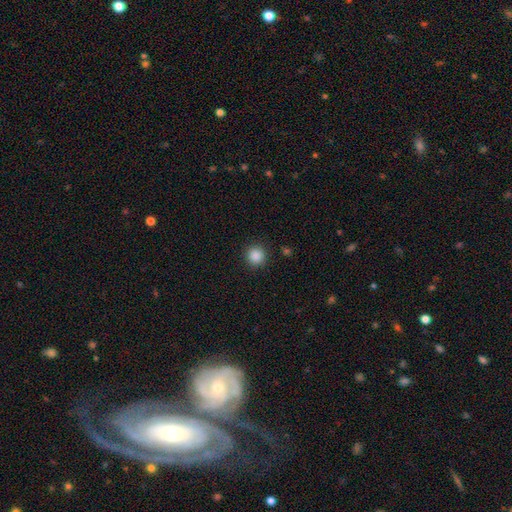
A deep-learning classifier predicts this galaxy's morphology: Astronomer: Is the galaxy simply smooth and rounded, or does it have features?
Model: smooth — 87%.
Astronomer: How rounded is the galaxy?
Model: round — 94%.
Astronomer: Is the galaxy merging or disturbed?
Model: none — 91%.